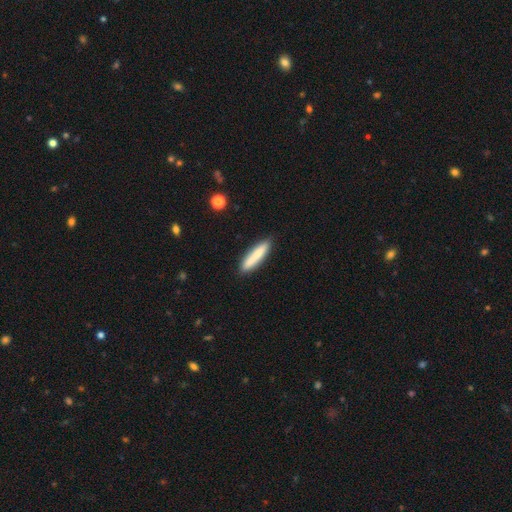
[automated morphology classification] Overall: smooth (81%). How rounded: cigar-shaped (83%). Merging: none (87%).